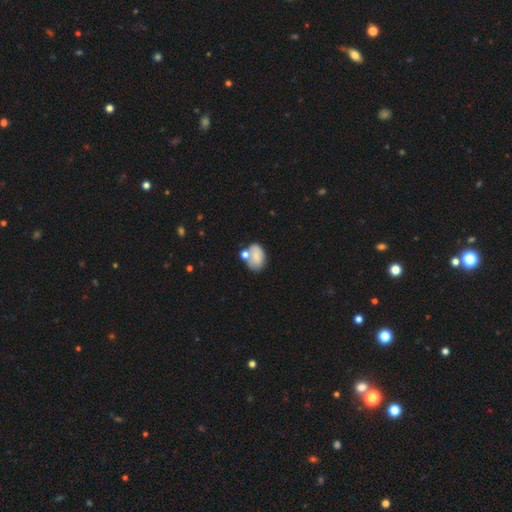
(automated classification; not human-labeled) Smooth or featured?
  - smooth: 72% *
  - featured or disk: 20%
  - star or artifact: 8%
How rounded?
  - in between: 81% *
  - round: 18%
  - cigar-shaped: 1%
Merging?
  - none: 44% *
  - merger: 29%
  - minor disturbance: 19%
  - major disturbance: 7%